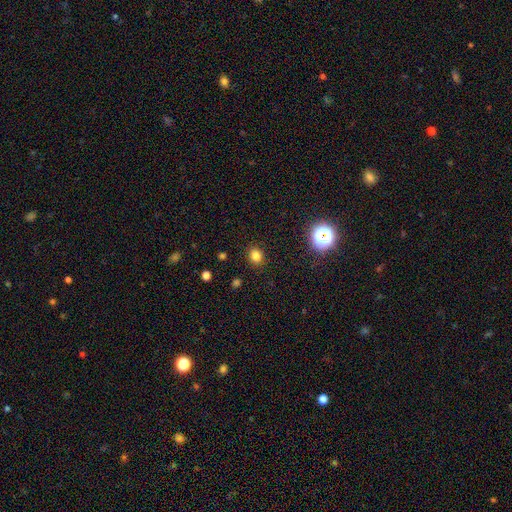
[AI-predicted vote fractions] Smooth or featured?
  - smooth: 80% *
  - star or artifact: 15%
  - featured or disk: 5%
How rounded?
  - round: 60% *
  - in between: 39%
  - cigar-shaped: 1%
Merging?
  - none: 89% *
  - minor disturbance: 7%
  - major disturbance: 3%
  - merger: 1%